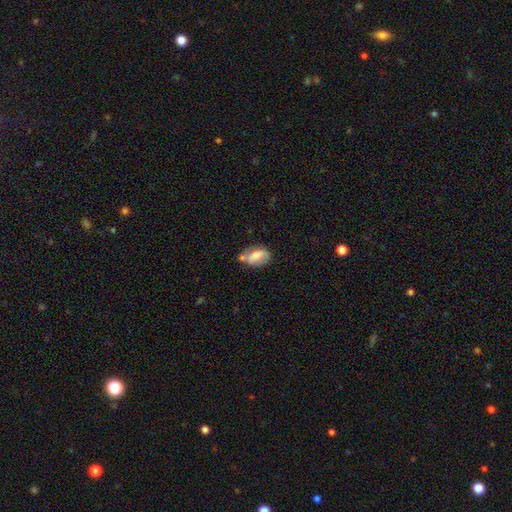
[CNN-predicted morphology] smooth-or-featured: smooth: 53% | featured or disk: 39% | star or artifact: 8%
  how-rounded: in between: 87% | round: 10% | cigar-shaped: 3%
  merging: none: 50% | minor disturbance: 25% | merger: 17% | major disturbance: 8%